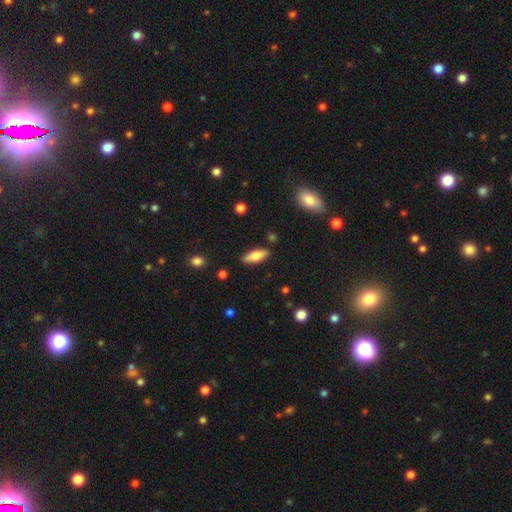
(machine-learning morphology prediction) Smooth or featured?
  - smooth: 72% *
  - featured or disk: 21%
  - star or artifact: 6%
How rounded?
  - in between: 67% *
  - cigar-shaped: 31%
  - round: 2%
Merging?
  - none: 86% *
  - minor disturbance: 10%
  - major disturbance: 2%
  - merger: 2%